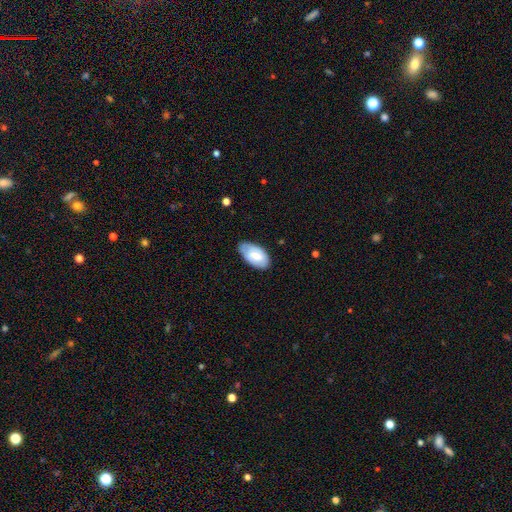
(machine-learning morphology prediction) smooth_or_featured: smooth (p=0.59) [alt: featured or disk p=0.35]
how_rounded: in between (p=0.95) [alt: round p=0.03]
merging: none (p=0.65) [alt: minor disturbance p=0.29]